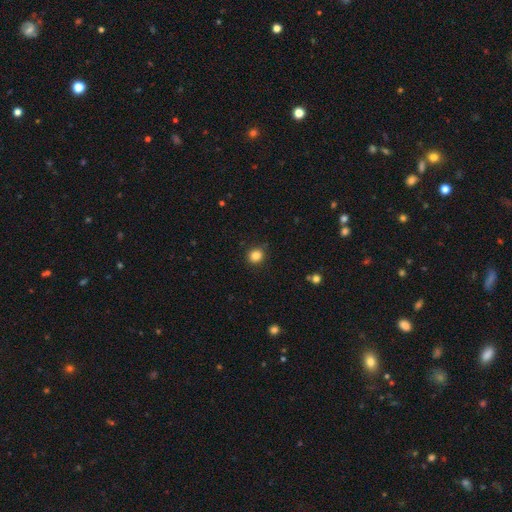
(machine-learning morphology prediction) A smooth galaxy with no disk features (84%) that is round (87%).

Vote fractions:
- Smooth or featured? smooth: 84% / star or artifact: 12% / featured or disk: 4%
- How rounded? round: 87% / in between: 12% / cigar-shaped: 1%
- Merging? none: 88% / minor disturbance: 8% / major disturbance: 2% / merger: 1%